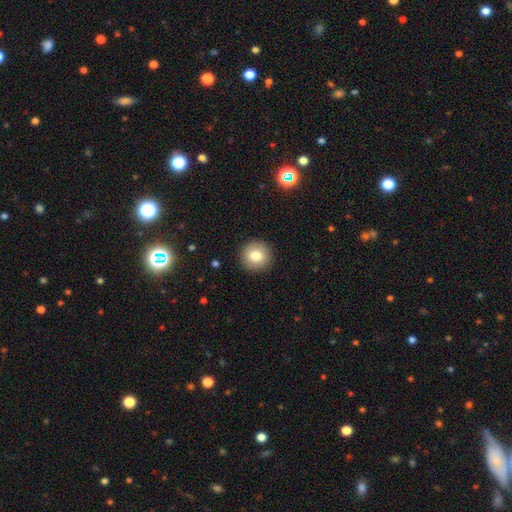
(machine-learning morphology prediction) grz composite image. It shows a smooth galaxy with no disk features (81%) that is round (94%). Merging: none (92%).